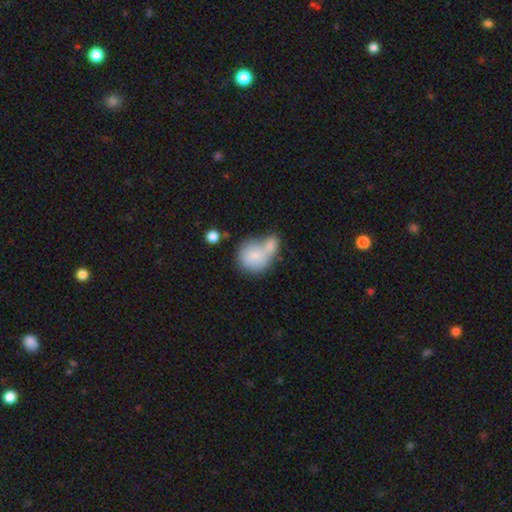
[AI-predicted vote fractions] A smooth galaxy with no disk features (75%) that is round (73%). Merging: merger (61%).